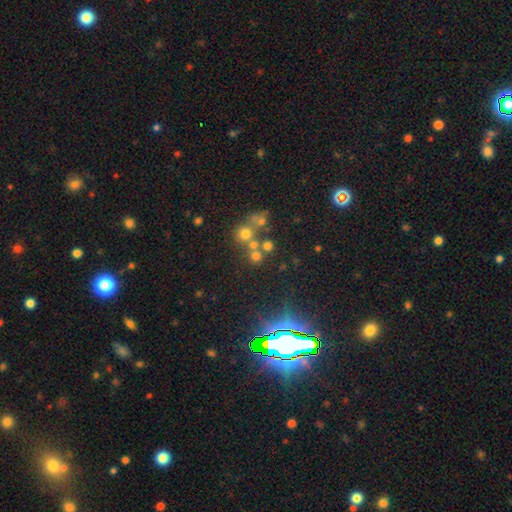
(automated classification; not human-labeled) Smooth or featured? Predicted: smooth (p=0.60). How rounded? Predicted: round (p=0.89). Merging? Predicted: none (p=0.60).